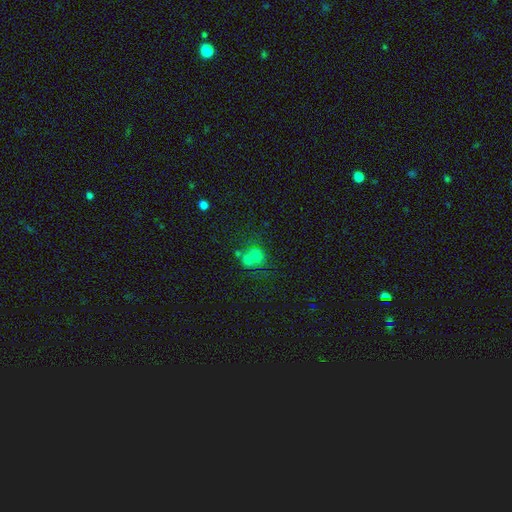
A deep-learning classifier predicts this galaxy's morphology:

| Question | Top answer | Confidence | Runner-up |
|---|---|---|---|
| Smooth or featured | smooth | 62% | featured or disk (20%) |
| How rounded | round | 75% | in between (24%) |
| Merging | merger | 53% | none (34%) |